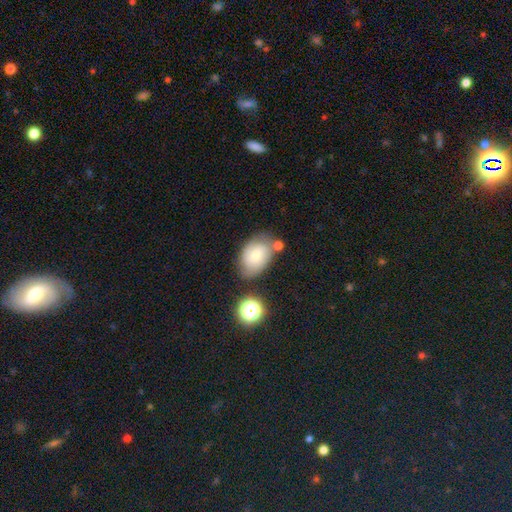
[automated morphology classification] type=smooth (61%); roundness=in between (81%); merging=none (60%).